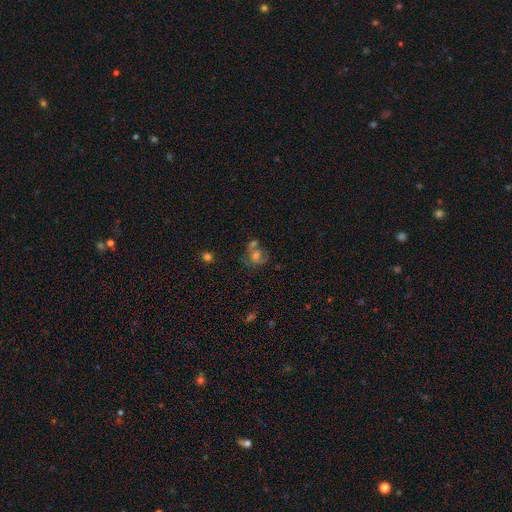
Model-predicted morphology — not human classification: A featured or disk galaxy (48%).

Vote fractions:
- Smooth or featured? featured or disk: 48% / smooth: 39% / star or artifact: 14%
- Merging? none: 39% / merger: 30% / minor disturbance: 17% / major disturbance: 14%